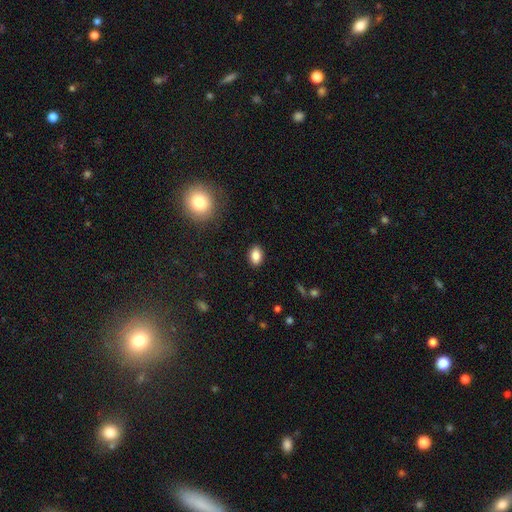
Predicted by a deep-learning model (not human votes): Smooth or featured?
  - smooth: 86% *
  - star or artifact: 9%
  - featured or disk: 5%
How rounded?
  - in between: 83% *
  - round: 15%
  - cigar-shaped: 2%
Merging?
  - none: 89% *
  - minor disturbance: 8%
  - major disturbance: 2%
  - merger: 1%